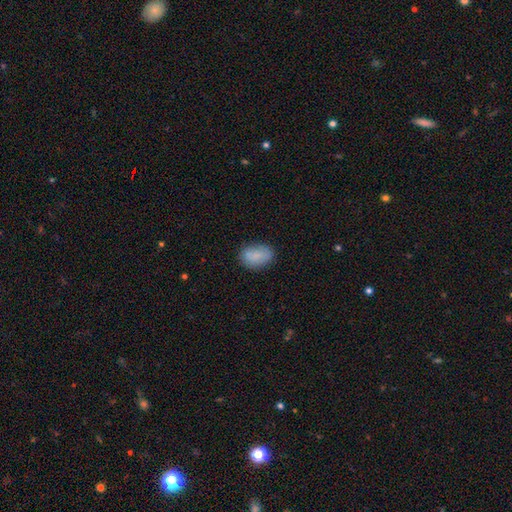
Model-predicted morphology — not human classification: type=smooth (79%); roundness=in between (86%); merging=none (74%).